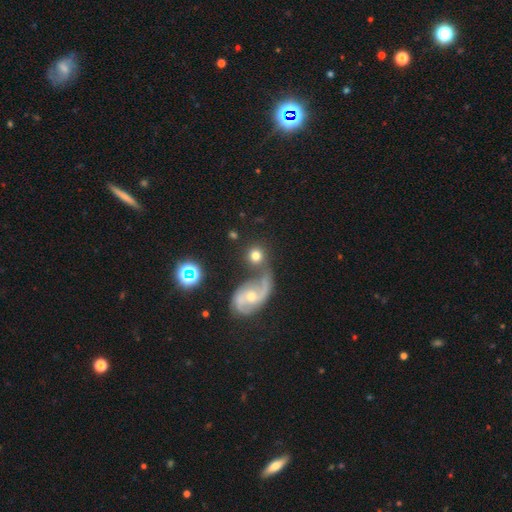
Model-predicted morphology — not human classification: Smooth or featured? smooth (67%)
How rounded? round (88%)
Merging? none (58%)